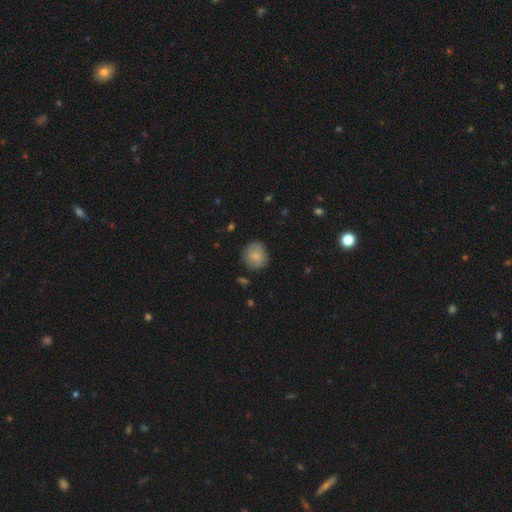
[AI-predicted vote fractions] smooth 81%, featured or disk 11%, star or artifact 8%. Down the decision tree: how rounded — round (86%); merging — none (79%).